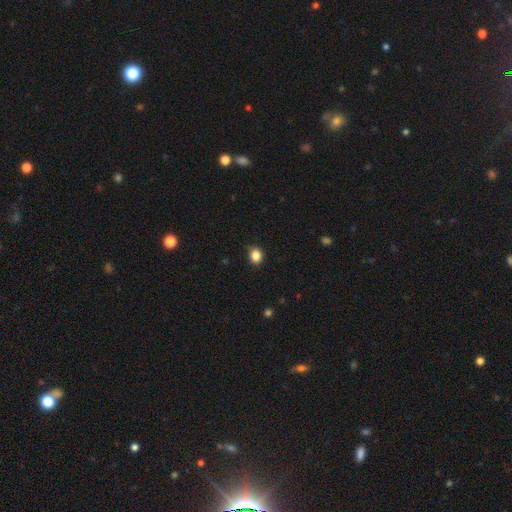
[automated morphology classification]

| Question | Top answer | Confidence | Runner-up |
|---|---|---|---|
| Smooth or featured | smooth | 85% | star or artifact (11%) |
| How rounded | round | 65% | in between (34%) |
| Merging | none | 84% | minor disturbance (12%) |